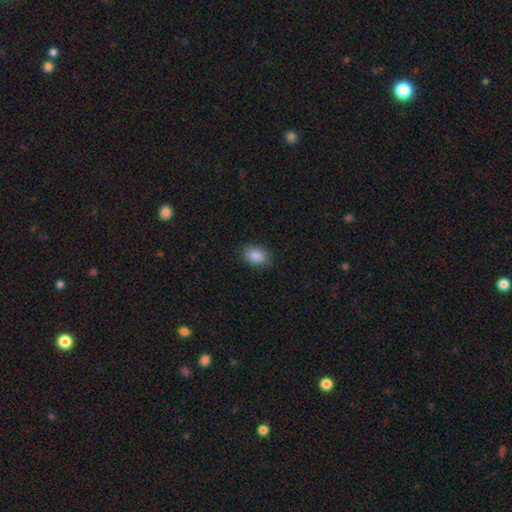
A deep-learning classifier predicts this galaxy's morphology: The model was most divided on "how rounded": in between: 79%, round: 19%, cigar-shaped: 1%. More confident: smooth or featured — smooth (88%); merging — none (86%).